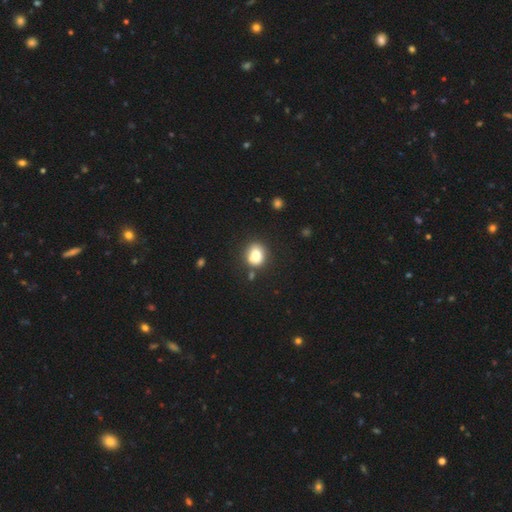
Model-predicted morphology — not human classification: smooth 78%, featured or disk 11%, star or artifact 10%. Down the decision tree: how rounded — round (70%); merging — none (74%).